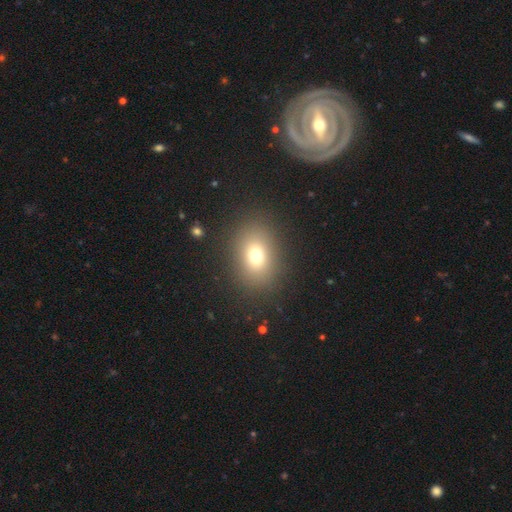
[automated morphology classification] Smooth or featured? smooth (72%)
How rounded? in between (57%)
Merging? none (86%)